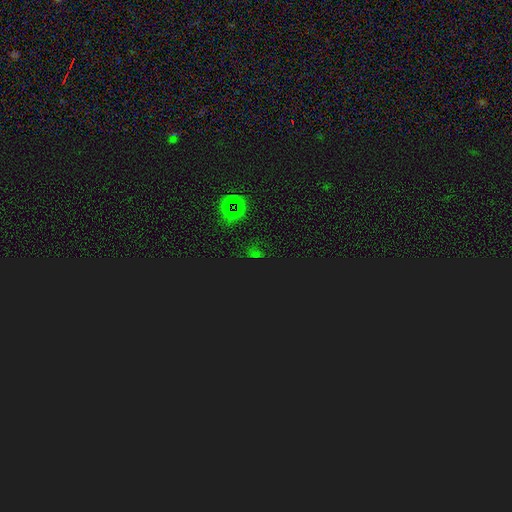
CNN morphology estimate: Smooth or featured? star or artifact (77%)